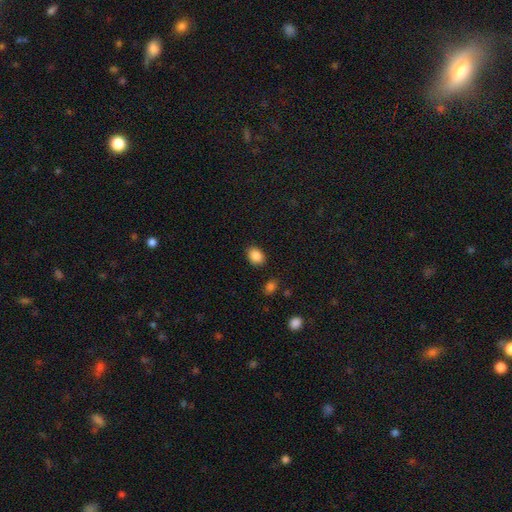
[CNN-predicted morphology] smooth-or-featured: smooth: 87% | star or artifact: 9% | featured or disk: 4%
  how-rounded: in between: 68% | round: 31% | cigar-shaped: 1%
  merging: none: 85% | minor disturbance: 10% | major disturbance: 3% | merger: 2%